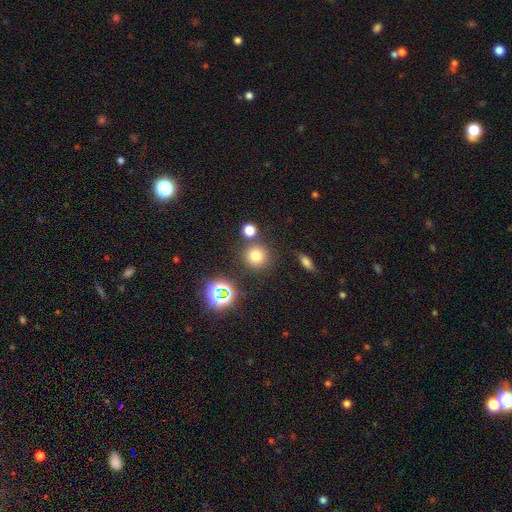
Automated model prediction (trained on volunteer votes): The model was most divided on "smooth or featured": smooth: 72%, star or artifact: 20%, featured or disk: 8%. More confident: how rounded — round (92%); merging — none (79%).